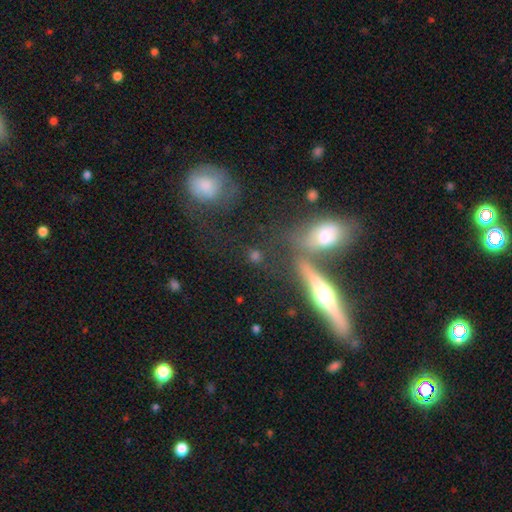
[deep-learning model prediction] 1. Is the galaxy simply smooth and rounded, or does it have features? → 44% featured or disk, 42% smooth, 14% star or artifact.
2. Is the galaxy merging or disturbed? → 60% none, 19% merger, 13% minor disturbance, 8% major disturbance.